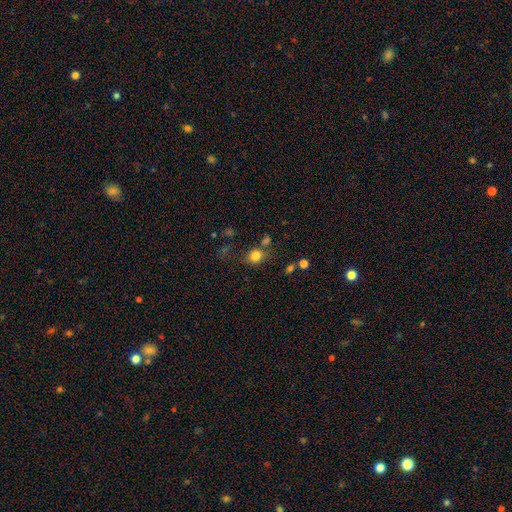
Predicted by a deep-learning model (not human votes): smooth-or-featured: smooth: 80% | star or artifact: 13% | featured or disk: 7%
  how-rounded: round: 66% | in between: 33% | cigar-shaped: 1%
  merging: none: 67% | minor disturbance: 16% | merger: 11% | major disturbance: 6%